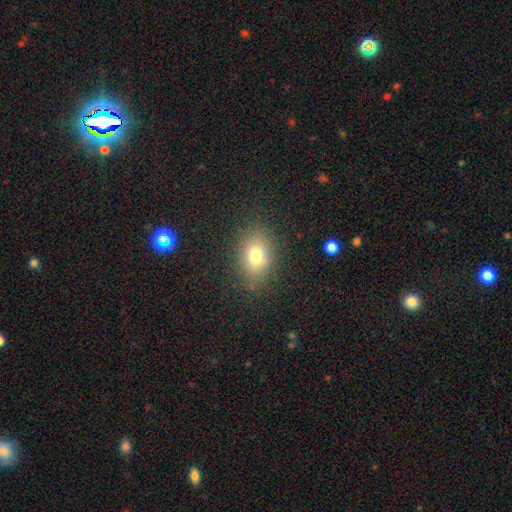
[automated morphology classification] Smooth or featured?
  - smooth: 75% *
  - star or artifact: 12%
  - featured or disk: 12%
How rounded?
  - in between: 73% *
  - round: 25%
  - cigar-shaped: 1%
Merging?
  - none: 84% *
  - minor disturbance: 11%
  - major disturbance: 4%
  - merger: 1%